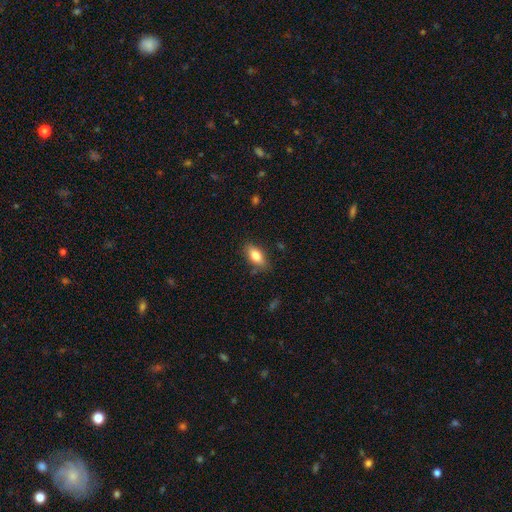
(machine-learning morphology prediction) A smooth galaxy with no disk features (79%) that is in between round and cigar-shaped (83%). Merging: none (83%).